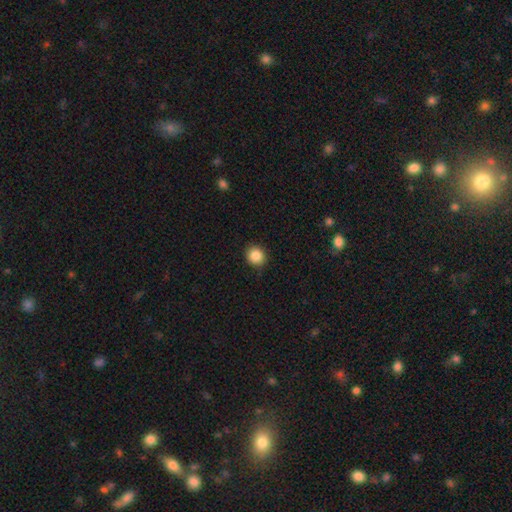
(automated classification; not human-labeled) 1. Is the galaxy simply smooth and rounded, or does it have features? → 86% smooth, 10% star or artifact, 4% featured or disk.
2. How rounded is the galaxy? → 83% round, 16% in between, 1% cigar-shaped.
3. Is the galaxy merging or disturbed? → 90% none, 7% minor disturbance, 2% major disturbance, 1% merger.